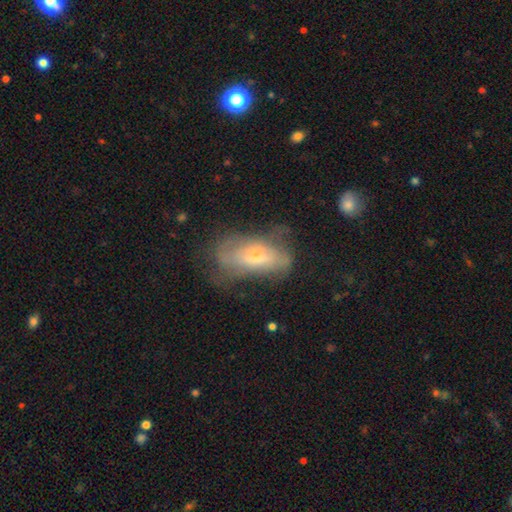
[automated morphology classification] Smooth or featured: smooth — 46% (featured or disk — 45%)
Merging: none — 39% (minor disturbance — 30%)